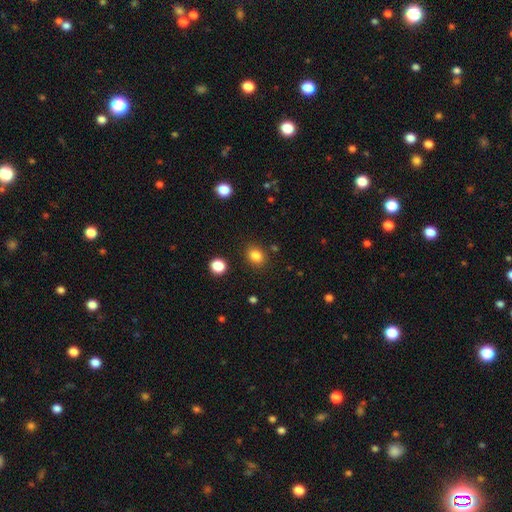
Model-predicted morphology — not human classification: The model was most divided on "how rounded": round: 54%, in between: 45%, cigar-shaped: 1%. More confident: merging — none (86%); smooth or featured — smooth (84%).